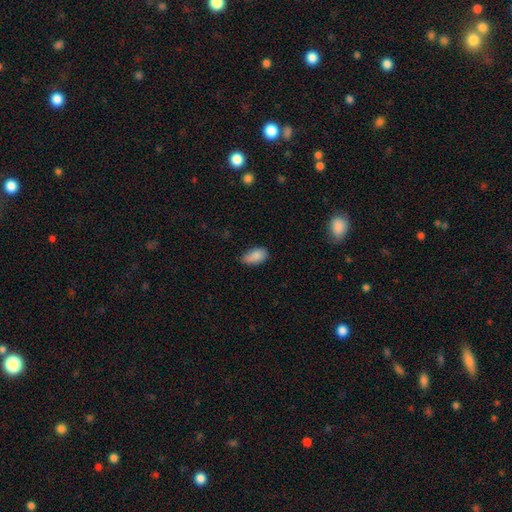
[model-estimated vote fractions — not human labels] Overall: smooth (86%). How rounded: in between (93%). Merging: none (61%; minor disturbance 32%).